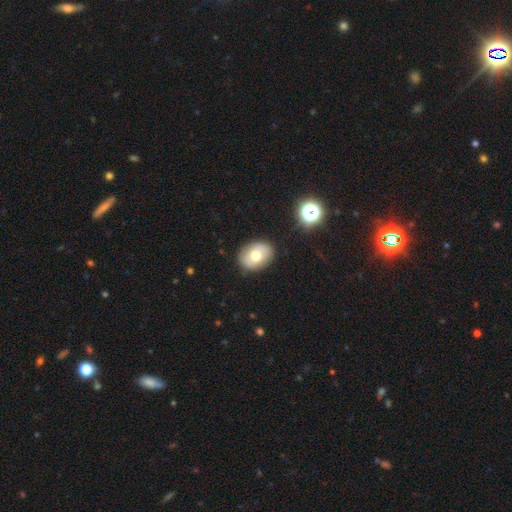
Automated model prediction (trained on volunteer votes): smooth-or-featured: smooth: 65% | featured or disk: 26% | star or artifact: 9%
  how-rounded: in between: 59% | round: 40% | cigar-shaped: 1%
  merging: none: 86% | minor disturbance: 10% | major disturbance: 3% | merger: 2%